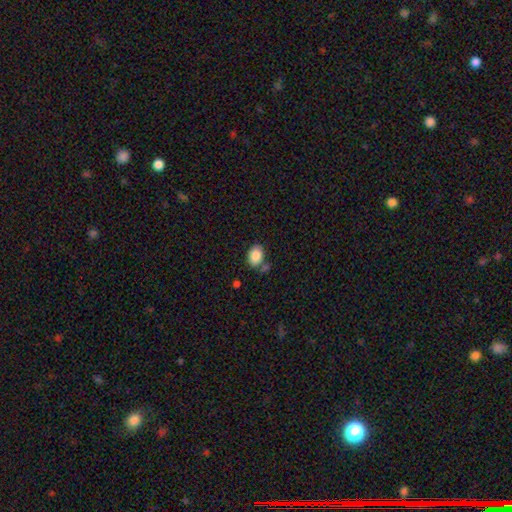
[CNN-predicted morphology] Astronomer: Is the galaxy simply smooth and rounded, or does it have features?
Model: smooth — 87%.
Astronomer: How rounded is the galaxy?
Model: in between — 75%.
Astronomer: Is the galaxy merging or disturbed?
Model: none — 68%.